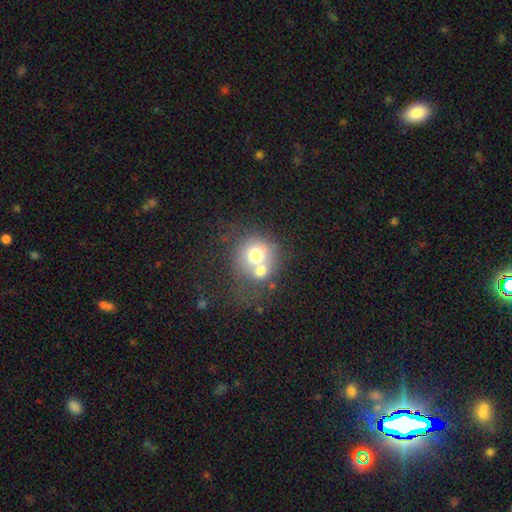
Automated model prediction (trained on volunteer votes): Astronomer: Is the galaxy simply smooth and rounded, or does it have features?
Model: smooth — 64%.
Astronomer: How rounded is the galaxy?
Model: round — 83%.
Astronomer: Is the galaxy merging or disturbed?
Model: merger — 53% (runner-up: none, 32%).